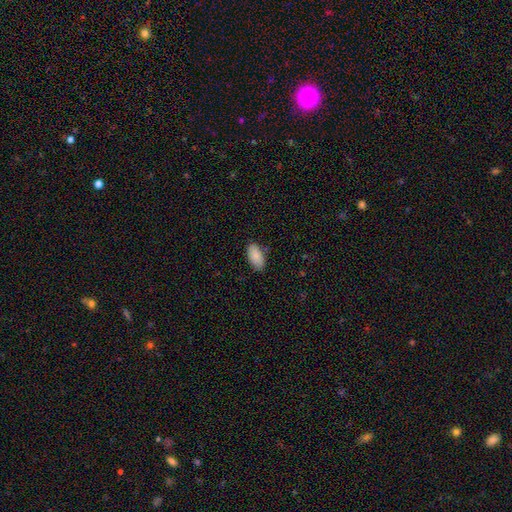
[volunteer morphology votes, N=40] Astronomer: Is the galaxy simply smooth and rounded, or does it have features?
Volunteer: smooth — 90%.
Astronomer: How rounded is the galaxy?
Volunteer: in between — 89%.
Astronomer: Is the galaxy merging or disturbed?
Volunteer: none — 85%.